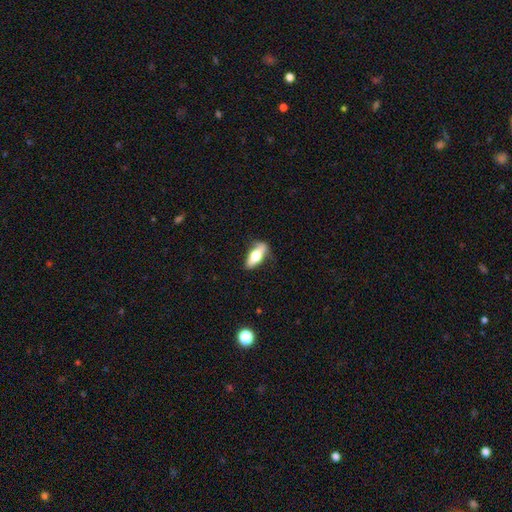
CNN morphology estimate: The model was most divided on "smooth or featured": smooth: 53%, featured or disk: 41%, star or artifact: 6%. More confident: how rounded — in between (69%); merging — none (66%).